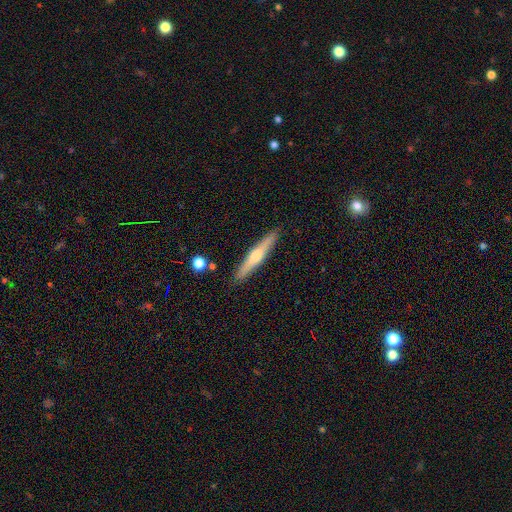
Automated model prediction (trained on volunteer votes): smooth-or-featured: featured or disk: 57% | smooth: 37% | star or artifact: 6%
  disk-edge-on: yes: 96% | no: 4%
    edge-on-bulge: rounded: 87% | none: 9% | boxy: 4%
  merging: none: 90% | minor disturbance: 7% | merger: 2% | major disturbance: 1%